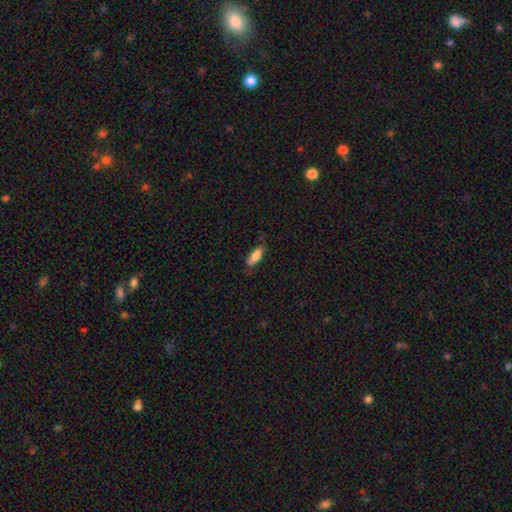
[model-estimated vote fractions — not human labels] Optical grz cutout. It shows a smooth galaxy with no disk features (78%) that is in between round and cigar-shaped (69%). Merging: none (66%).